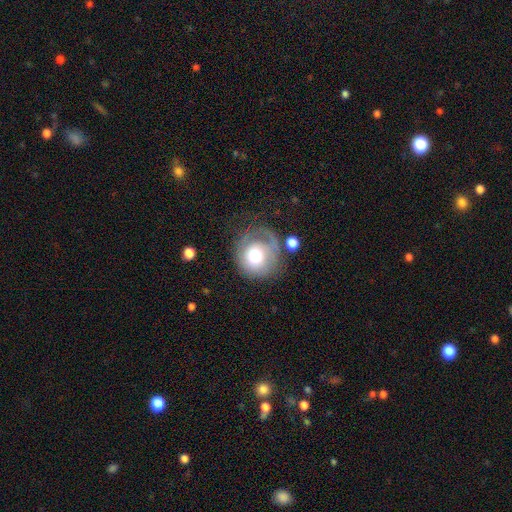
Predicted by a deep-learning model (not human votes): smooth 60%, featured or disk 30%, star or artifact 9%. Down the decision tree: how rounded — round (87%); merging — none (49%).